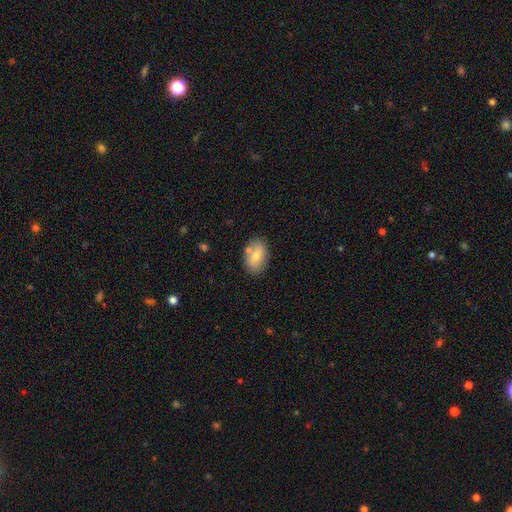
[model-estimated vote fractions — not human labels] Smooth or featured: smooth — 67% (featured or disk — 25%)
How rounded: in between — 89% (round — 9%)
Merging: none — 77% (minor disturbance — 13%)